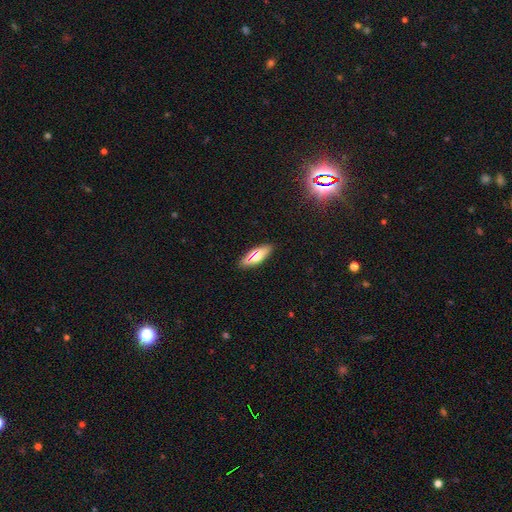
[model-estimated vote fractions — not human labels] Smooth or featured: smooth — 62% (featured or disk — 29%)
How rounded: in between — 72% (cigar-shaped — 25%)
Merging: none — 86% (minor disturbance — 11%)